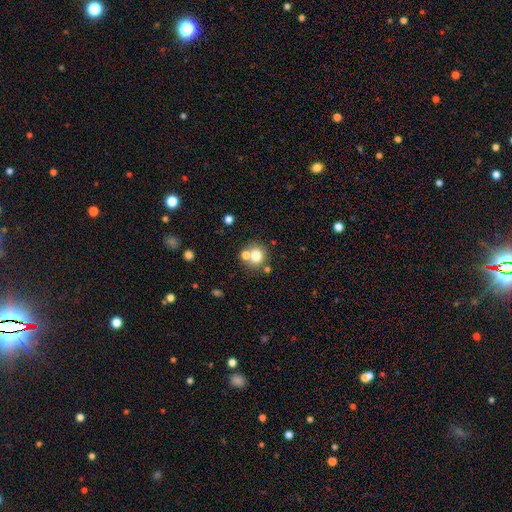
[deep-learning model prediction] This is likely a smooth galaxy (74%). How rounded: clearly round (81%). Merging: possibly none (59%).